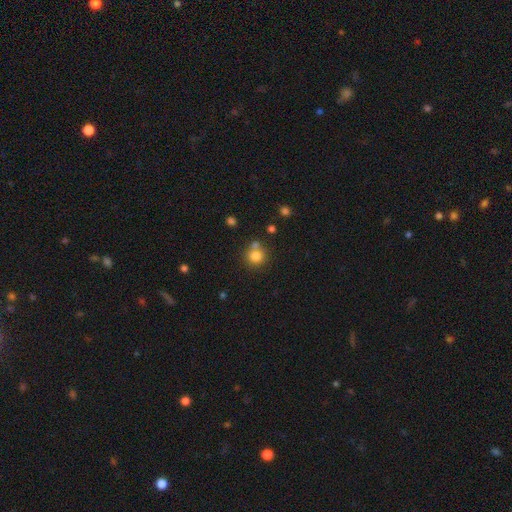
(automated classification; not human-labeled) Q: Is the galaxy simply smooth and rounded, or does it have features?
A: smooth — 80%.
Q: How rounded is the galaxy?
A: round — 90%.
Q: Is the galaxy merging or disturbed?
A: none — 66%.